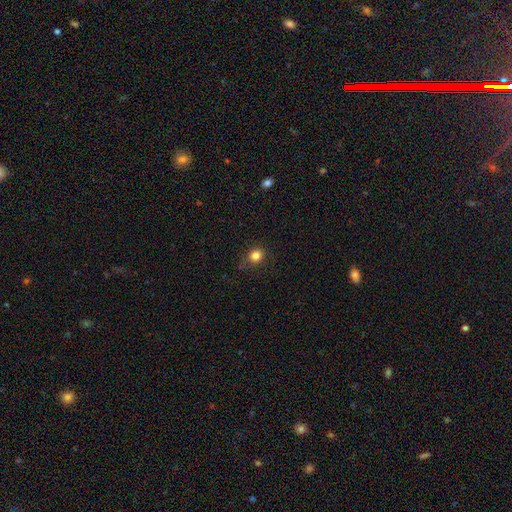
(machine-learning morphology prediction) A smooth galaxy with no disk features (83%) that is round (81%). Merging: none (82%).